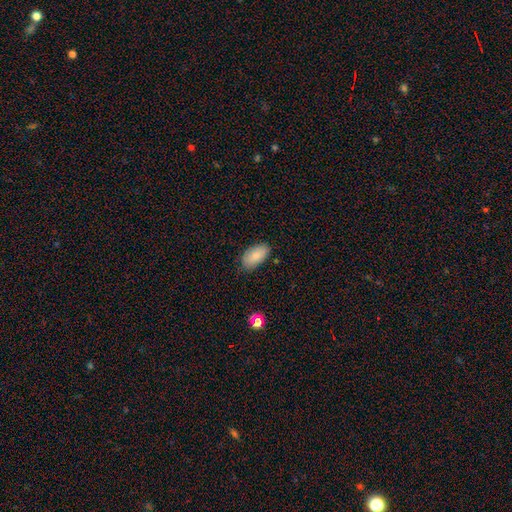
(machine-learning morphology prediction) Smooth or featured? smooth (84%)
How rounded? in between (94%)
Merging? none (80%)